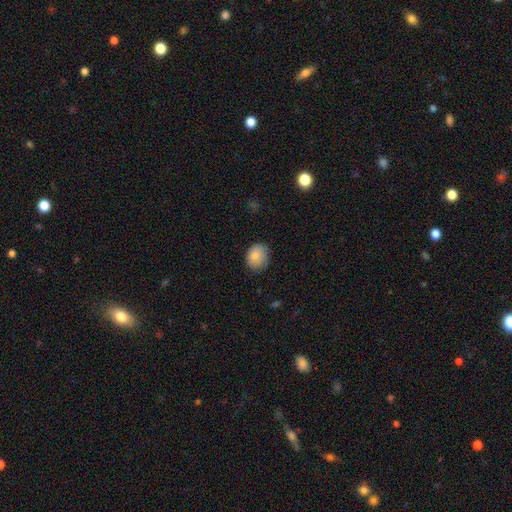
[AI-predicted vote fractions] smooth_or_featured: smooth (p=0.84) [alt: star or artifact p=0.08]
how_rounded: round (p=0.57) [alt: in between p=0.42]
merging: none (p=0.77) [alt: minor disturbance p=0.19]